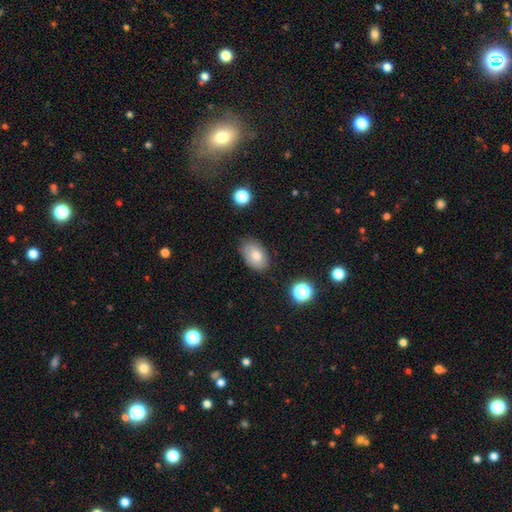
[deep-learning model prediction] A smooth galaxy with no disk features (76%) that is in between round and cigar-shaped (86%).

Vote fractions:
- Smooth or featured? smooth: 76% / featured or disk: 16% / star or artifact: 9%
- How rounded? in between: 86% / round: 12% / cigar-shaped: 1%
- Merging? none: 76% / minor disturbance: 18% / major disturbance: 4% / merger: 2%